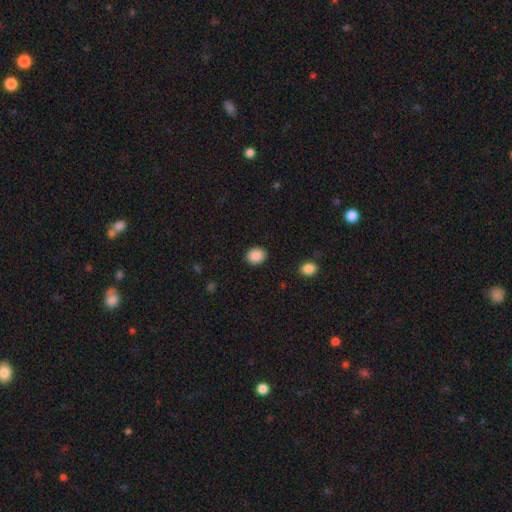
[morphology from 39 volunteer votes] Q: Smooth or featured?
A: smooth (95%); runner-up: featured or disk (3%)
Q: How rounded?
A: in between (51%); runner-up: round (49%)
Q: Merging?
A: none (87%); runner-up: minor disturbance (8%)